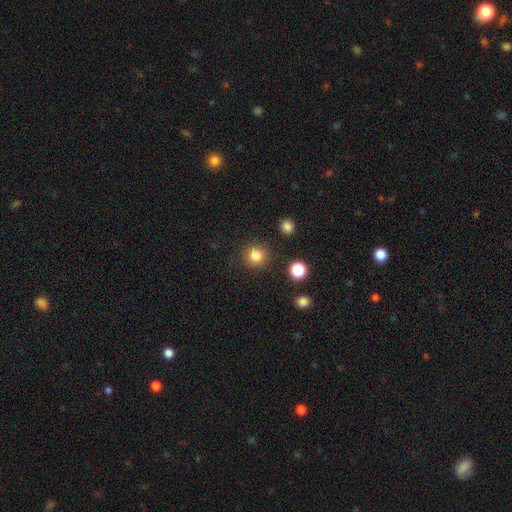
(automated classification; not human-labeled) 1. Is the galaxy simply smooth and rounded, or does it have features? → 82% smooth, 13% star or artifact, 6% featured or disk.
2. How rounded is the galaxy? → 90% round, 9% in between, 1% cigar-shaped.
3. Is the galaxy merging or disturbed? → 84% none, 8% minor disturbance, 5% merger, 3% major disturbance.